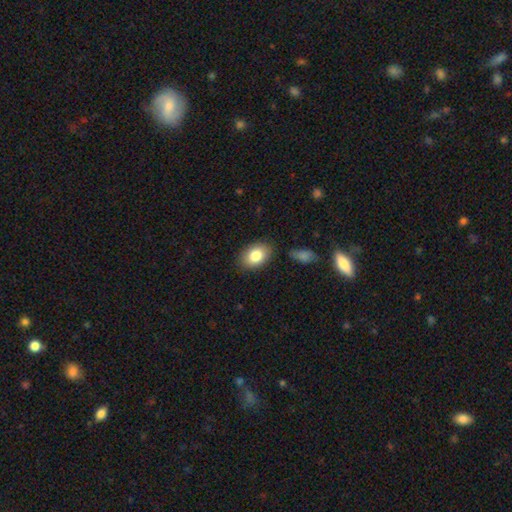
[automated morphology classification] smooth_or_featured: smooth (p=0.82) [alt: featured or disk p=0.10]
how_rounded: in between (p=0.85) [alt: round p=0.14]
merging: none (p=0.85) [alt: minor disturbance p=0.11]